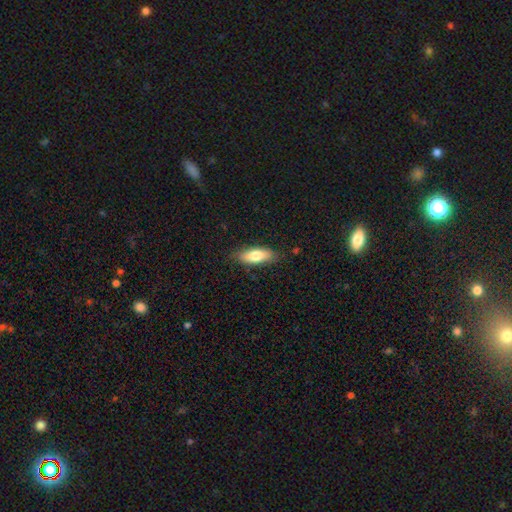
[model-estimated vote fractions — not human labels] Q: Smooth or featured?
A: smooth (76%); runner-up: featured or disk (18%)
Q: How rounded?
A: in between (72%); runner-up: cigar-shaped (26%)
Q: Merging?
A: none (83%); runner-up: minor disturbance (13%)